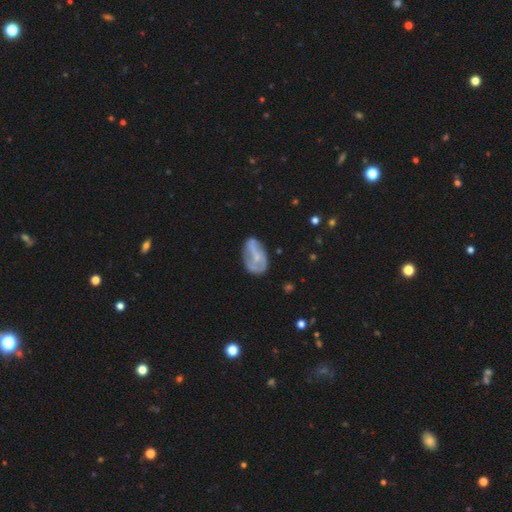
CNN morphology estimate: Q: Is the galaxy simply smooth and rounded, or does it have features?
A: featured or disk — 59%.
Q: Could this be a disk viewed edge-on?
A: no — 95%.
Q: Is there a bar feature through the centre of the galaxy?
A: no — 51%.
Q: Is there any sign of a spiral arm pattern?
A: yes — 59%.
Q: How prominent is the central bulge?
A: small — 58%.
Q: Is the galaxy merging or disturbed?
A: none — 52%.